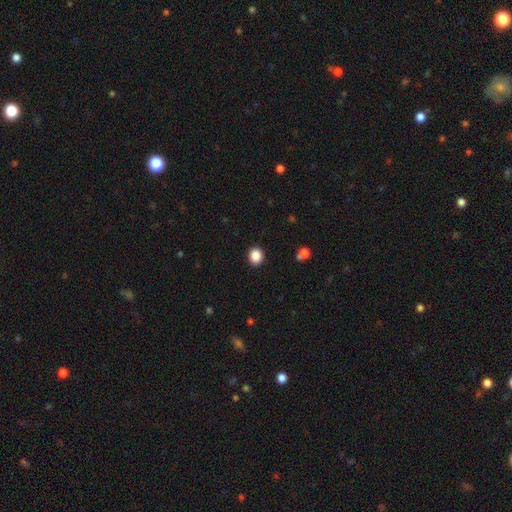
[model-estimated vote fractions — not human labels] A smooth galaxy with no disk features (88%) that is round (72%).

Vote fractions:
- Smooth or featured? smooth: 88% / star or artifact: 9% / featured or disk: 3%
- How rounded? round: 72% / in between: 27% / cigar-shaped: 1%
- Merging? none: 91% / minor disturbance: 6% / major disturbance: 2% / merger: 1%